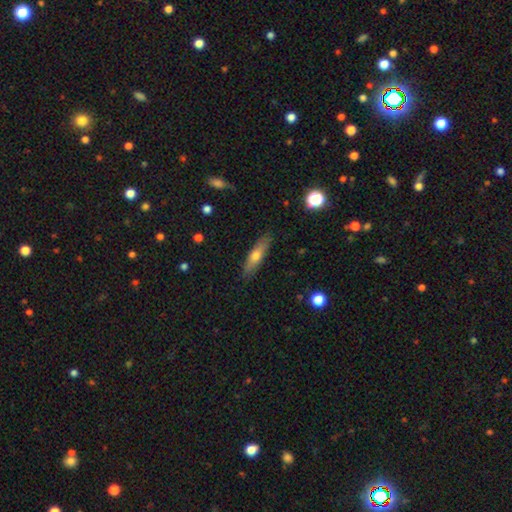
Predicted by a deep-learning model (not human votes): The model was most divided on "smooth or featured": smooth: 56%, featured or disk: 37%, star or artifact: 7%. More confident: merging — none (86%); how rounded — cigar-shaped (71%).